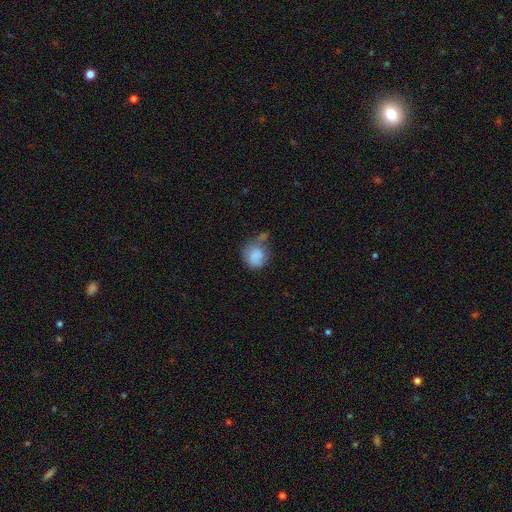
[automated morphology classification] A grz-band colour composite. It shows a smooth galaxy with no disk features (80%) that is round (74%). Merging: none (35%).